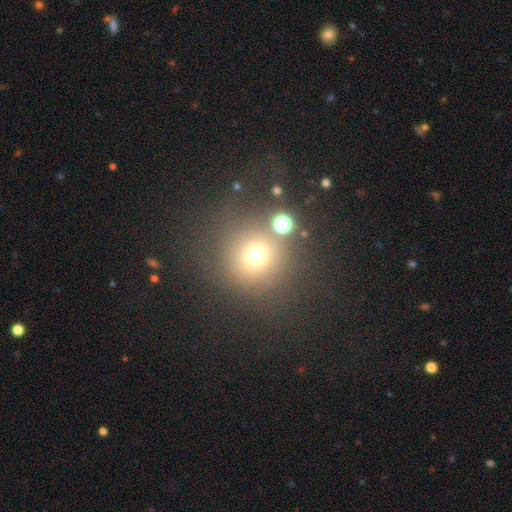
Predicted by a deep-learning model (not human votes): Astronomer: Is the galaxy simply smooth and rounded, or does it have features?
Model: smooth — 68%.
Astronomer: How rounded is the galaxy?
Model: round — 93%.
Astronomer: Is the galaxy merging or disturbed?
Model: none — 76%.